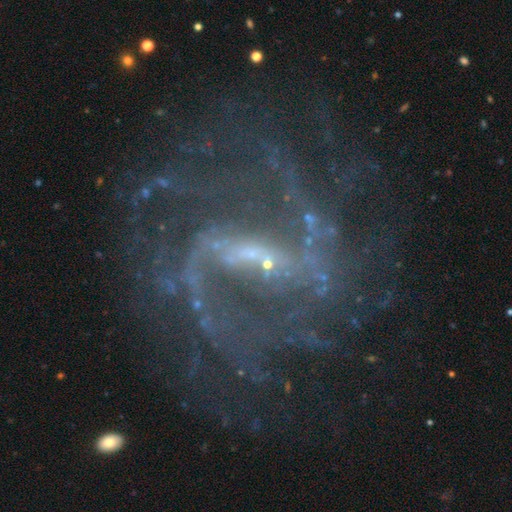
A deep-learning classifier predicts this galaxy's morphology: featured or disk 87%, star or artifact 9%, smooth 4%. Down the decision tree: edge-on disk — no (96%); bar — strong (51%); spiral arms — yes (92%); spiral arm count — 2 (49%); spiral winding — medium (44%); bulge size — small (67%); merging — none (66%).